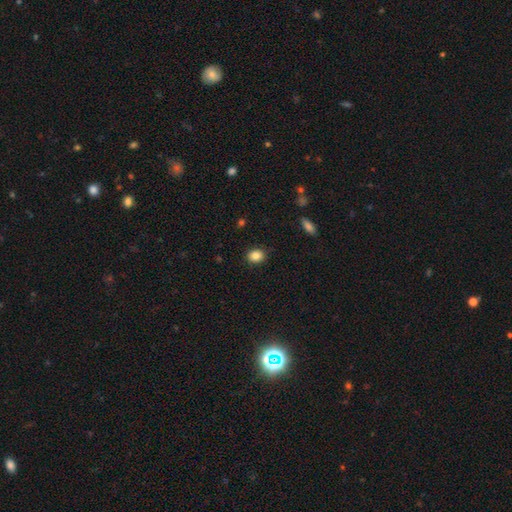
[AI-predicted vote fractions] This appears to be a smooth galaxy with no disk features (85%) that is round (53%). Merging: none (88%).